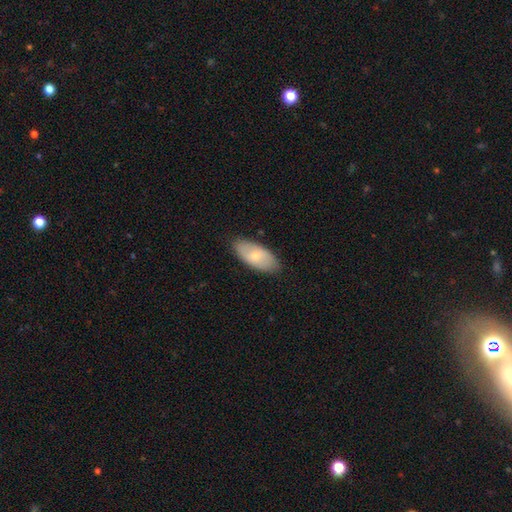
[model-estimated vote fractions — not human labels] Q: Smooth or featured?
A: smooth (68%); runner-up: featured or disk (27%)
Q: How rounded?
A: in between (91%); runner-up: cigar-shaped (6%)
Q: Merging?
A: none (85%); runner-up: minor disturbance (11%)